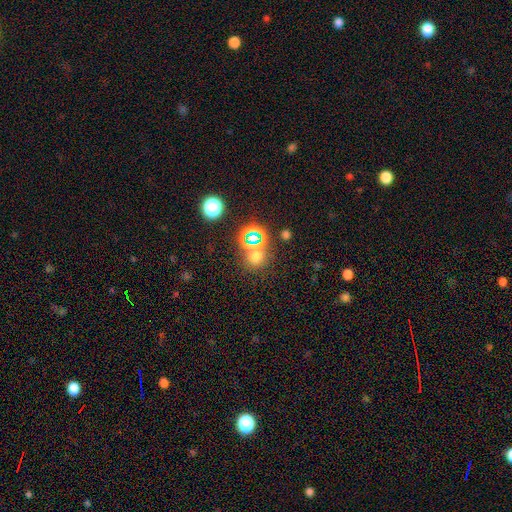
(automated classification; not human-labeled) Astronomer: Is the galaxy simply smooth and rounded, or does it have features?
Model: smooth — 54% (runner-up: star or artifact, 39%).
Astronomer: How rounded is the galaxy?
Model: round — 85%.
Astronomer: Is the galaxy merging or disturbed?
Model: none — 71%.